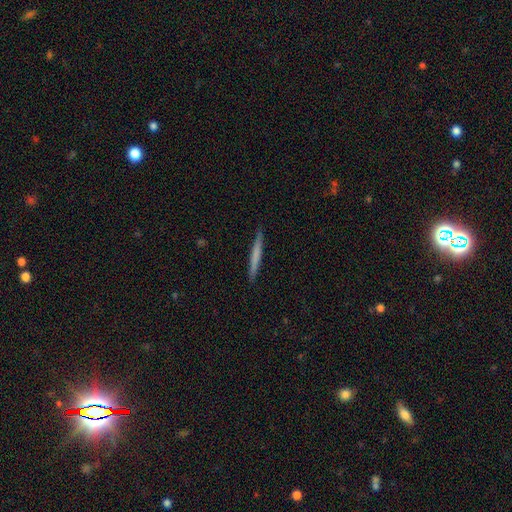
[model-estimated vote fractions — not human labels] Morphology: type=smooth (61%); roundness=cigar-shaped (97%); merging=none (91%).